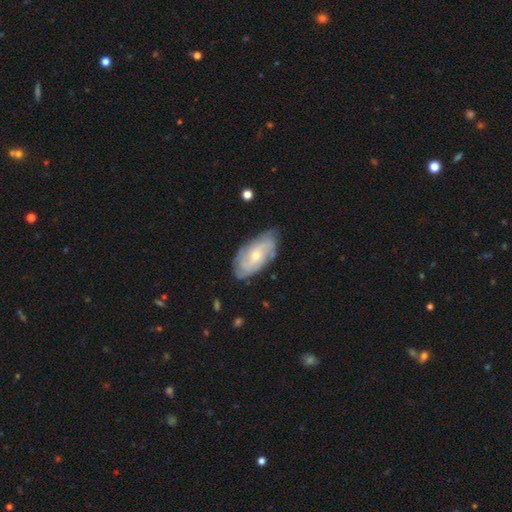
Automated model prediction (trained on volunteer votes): This is likely a featured or disk galaxy (73%). It is clearly not viewed edge-on (94%). Bar: likely no (73%). Spiral arm pattern: clearly yes (90%). Spiral arm count: possibly can't tell (46%). Spiral winding: possibly tight (58%). Central bulge: likely small (63%). Merging: likely none (75%).